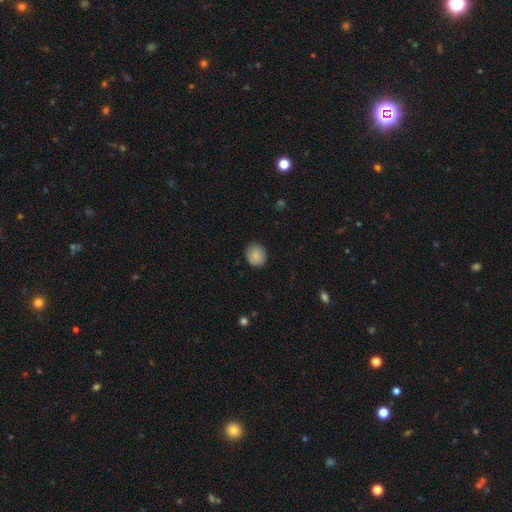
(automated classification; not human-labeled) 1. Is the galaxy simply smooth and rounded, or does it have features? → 82% smooth, 11% featured or disk, 7% star or artifact.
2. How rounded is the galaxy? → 73% round, 26% in between, 1% cigar-shaped.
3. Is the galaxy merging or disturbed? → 85% none, 12% minor disturbance, 2% major disturbance, 1% merger.